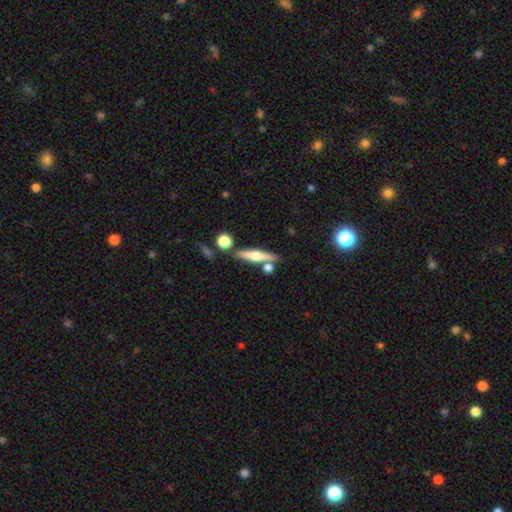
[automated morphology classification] The model was most divided on "smooth or featured": featured or disk: 52%, smooth: 41%, star or artifact: 7%. More confident: edge-on disk — yes (94%); merging — none (74%).